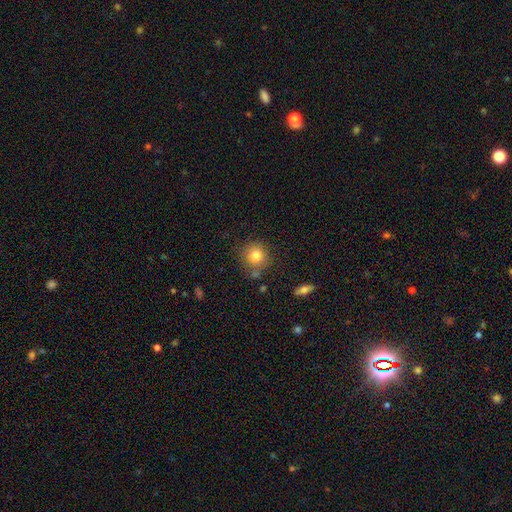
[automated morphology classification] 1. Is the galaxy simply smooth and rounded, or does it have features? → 80% smooth, 11% star or artifact, 9% featured or disk.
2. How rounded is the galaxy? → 90% round, 9% in between, 1% cigar-shaped.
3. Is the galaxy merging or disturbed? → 77% none, 12% minor disturbance, 7% merger, 4% major disturbance.